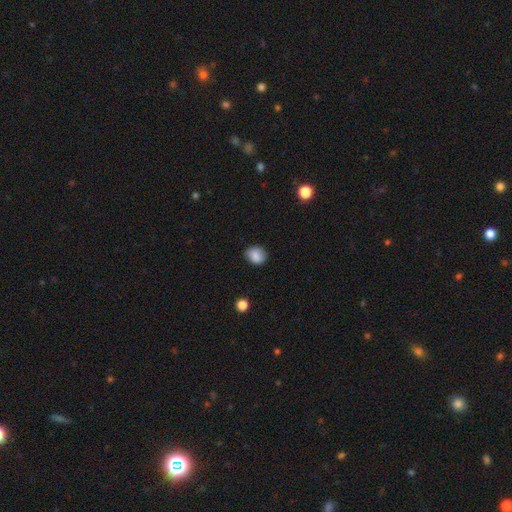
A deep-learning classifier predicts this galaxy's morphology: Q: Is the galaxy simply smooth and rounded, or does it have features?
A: smooth — 86%.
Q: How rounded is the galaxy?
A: round — 56%.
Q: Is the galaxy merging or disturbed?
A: none — 80%.